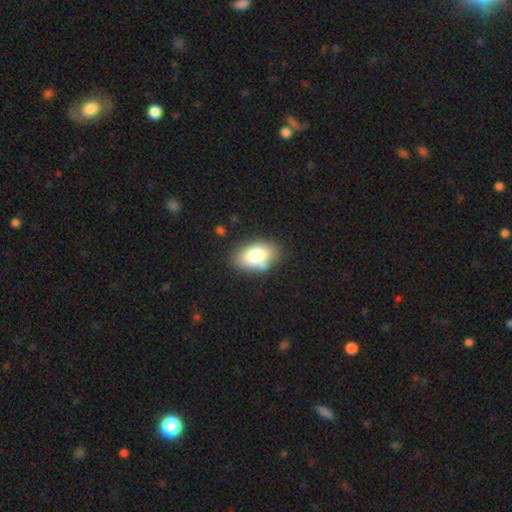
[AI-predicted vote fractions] smooth 78%, featured or disk 13%, star or artifact 8%. Down the decision tree: how rounded — in between (90%); merging — none (75%).